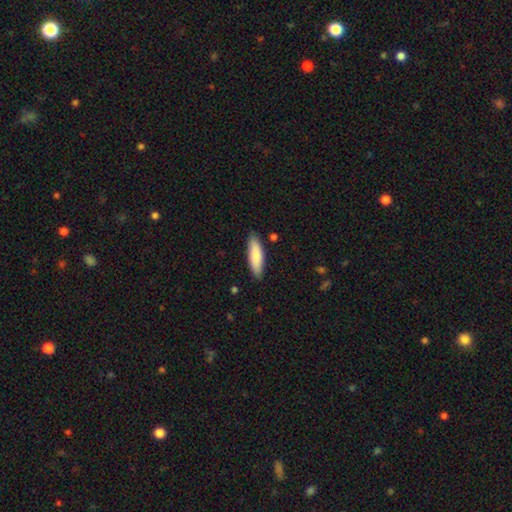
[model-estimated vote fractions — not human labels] This appears to be a smooth galaxy with no disk features (82%) that is cigar-shaped (54%). Merging: none (87%).